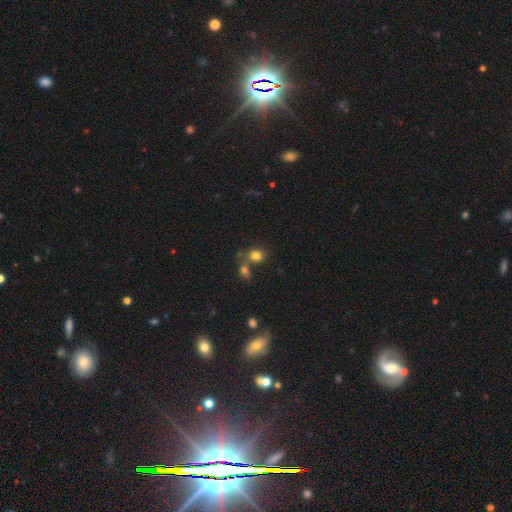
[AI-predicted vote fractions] Overall: smooth (79%). How rounded: round (63%; in between 35%). Merging: none (53%; merger 32%).